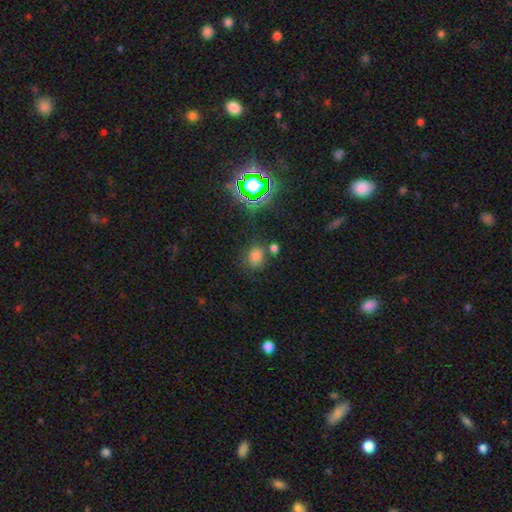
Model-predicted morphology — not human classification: Smooth or featured: smooth — 69% (star or artifact — 24%)
How rounded: round — 66% (in between — 32%)
Merging: none — 67% (minor disturbance — 14%)